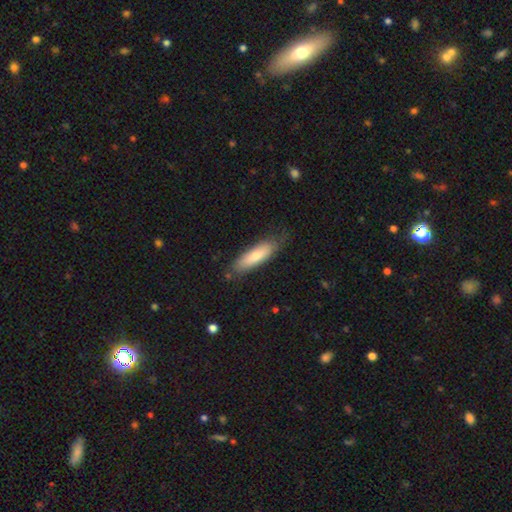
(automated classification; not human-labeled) Smooth or featured: smooth — 73% (featured or disk — 21%)
How rounded: cigar-shaped — 58% (in between — 41%)
Merging: none — 74% (minor disturbance — 19%)